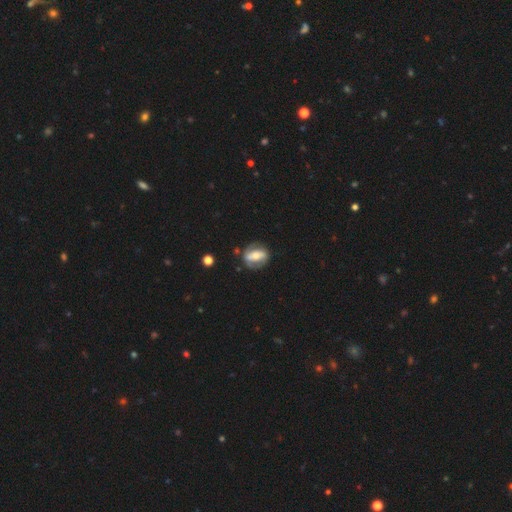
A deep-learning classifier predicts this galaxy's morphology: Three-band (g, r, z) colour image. It shows a featured or disk galaxy (61%) with a strong bar (53%), no spiral arms (50%, tied with yes) and a moderate central bulge (62%). Merging: none (71%).